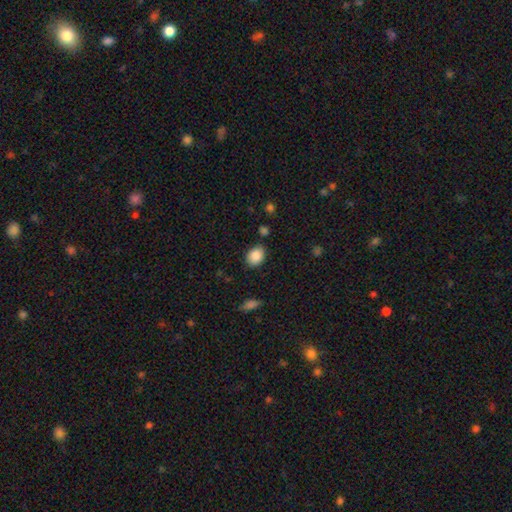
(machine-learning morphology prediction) This appears to be a smooth galaxy with no disk features (88%) that is in between round and cigar-shaped (65%). Merging: none (81%).